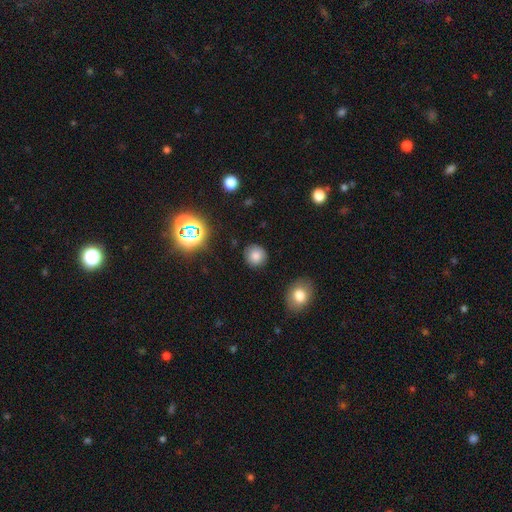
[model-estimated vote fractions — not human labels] Smooth or featured: smooth — 80% (star or artifact — 13%)
How rounded: round — 90% (in between — 9%)
Merging: none — 88% (minor disturbance — 8%)